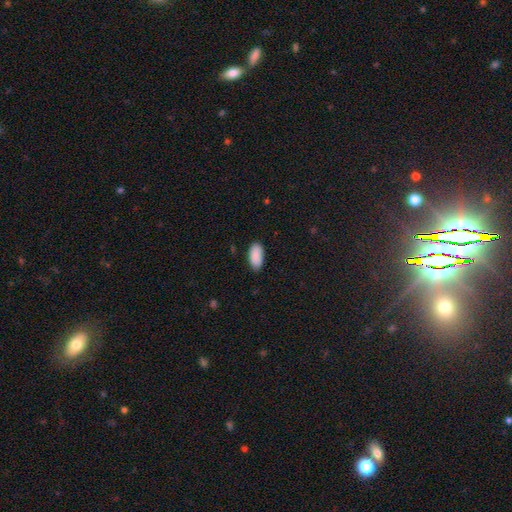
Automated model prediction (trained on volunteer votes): This appears to be a smooth galaxy with no disk features (91%) that is in between round and cigar-shaped (94%). Merging: none (86%).